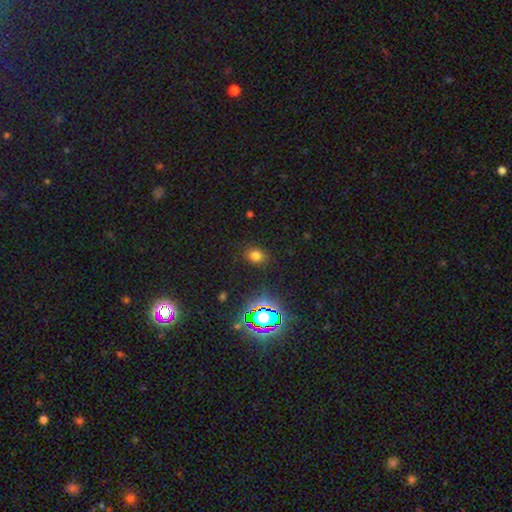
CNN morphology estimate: smooth_or_featured: smooth (p=0.71) [alt: star or artifact p=0.22]
how_rounded: round (p=0.50) [alt: in between p=0.49]
merging: none (p=0.85) [alt: minor disturbance p=0.10]